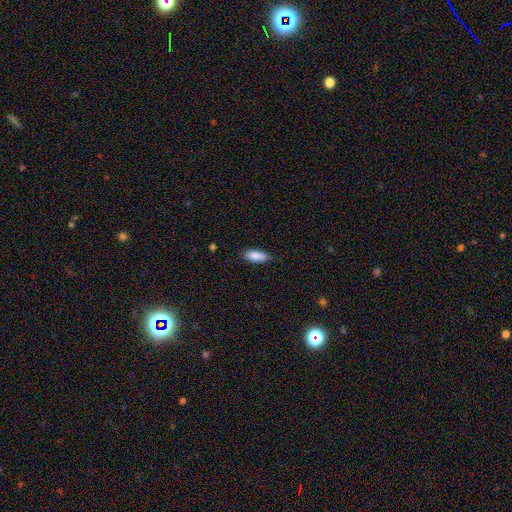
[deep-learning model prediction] This is clearly a smooth galaxy (88%). How rounded: likely in between (78%). Merging: likely none (78%).